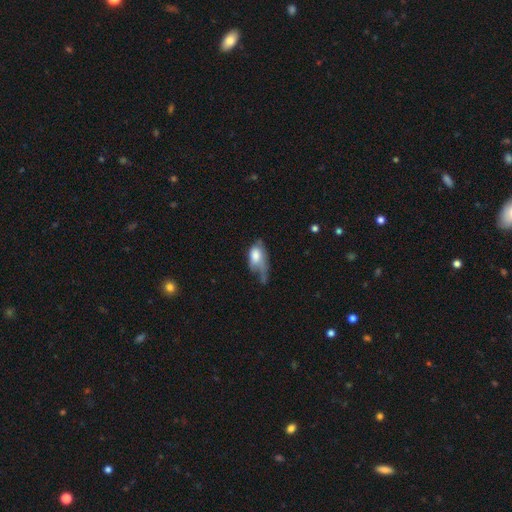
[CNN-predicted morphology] Smooth or featured: smooth — 66% (featured or disk — 27%)
How rounded: in between — 89% (round — 6%)
Merging: major disturbance — 47% (minor disturbance — 29%)